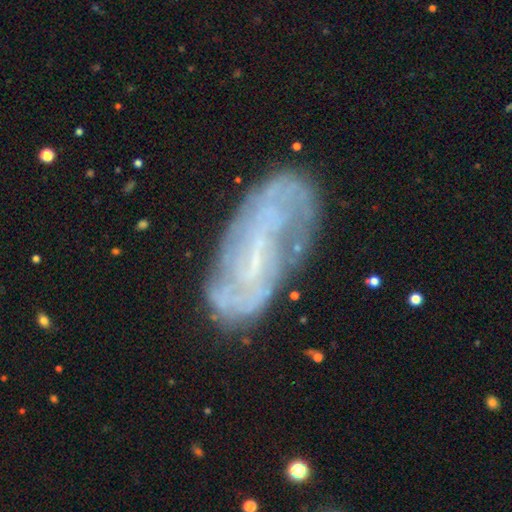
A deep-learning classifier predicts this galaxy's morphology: Smooth or featured? Predicted: featured or disk (p=0.73). Edge-on disk? Predicted: no (p=0.92). Bar? Predicted: weak (p=0.39). Spiral arms? Predicted: yes (p=0.81). Spiral winding? Predicted: tight (p=0.44). Spiral arm count? Predicted: 2 (p=0.42). Bulge size? Predicted: small (p=0.54). Merging? Predicted: none (p=0.71).